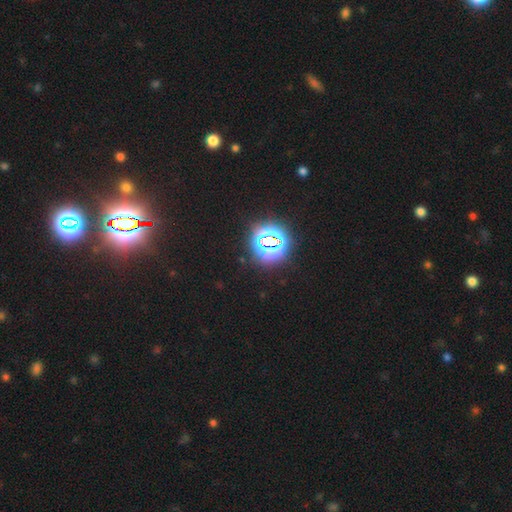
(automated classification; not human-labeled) Smooth or featured?
  - star or artifact: 81% *
  - smooth: 13%
  - featured or disk: 6%